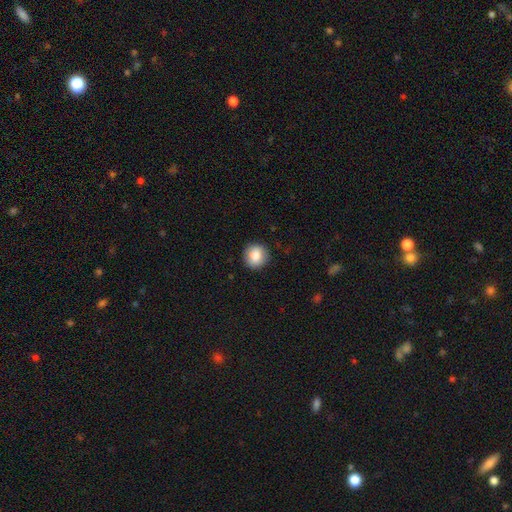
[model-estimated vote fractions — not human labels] Smooth or featured? Predicted: smooth (p=0.83). How rounded? Predicted: round (p=0.91). Merging? Predicted: none (p=0.90).